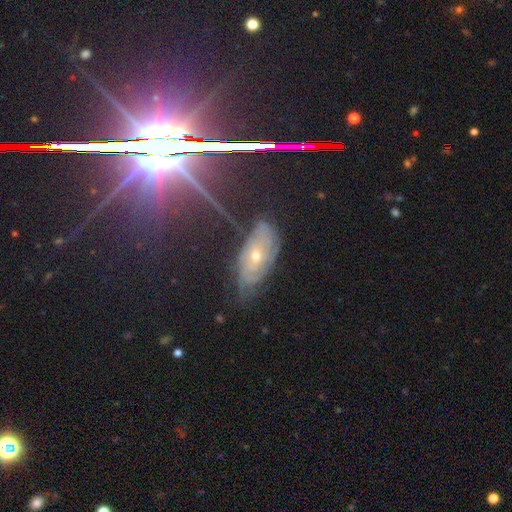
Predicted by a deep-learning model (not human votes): smooth_or_featured: featured or disk (p=0.68) [alt: star or artifact p=0.17]
disk_edge_on: no (p=0.85) [alt: yes p=0.15]
bar: no (p=0.72) [alt: weak p=0.21]
has_spiral_arms: yes (p=0.82) [alt: no p=0.18]
bulge_size: small (p=0.58) [alt: moderate p=0.40]
merging: none (p=0.69) [alt: minor disturbance p=0.23]